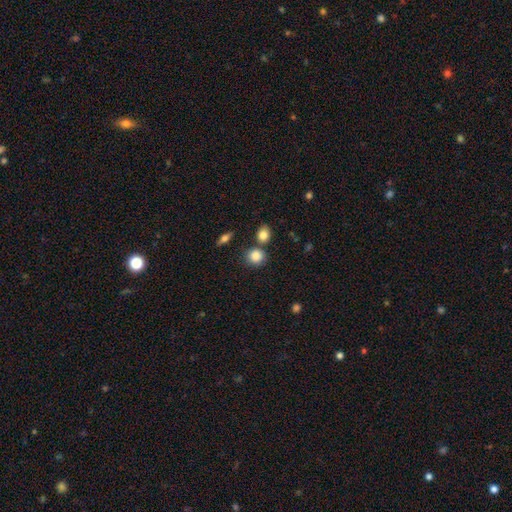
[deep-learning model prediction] smooth-or-featured: smooth: 84% | star or artifact: 9% | featured or disk: 6%
  how-rounded: round: 80% | in between: 19% | cigar-shaped: 1%
  merging: none: 70% | merger: 16% | minor disturbance: 10% | major disturbance: 3%